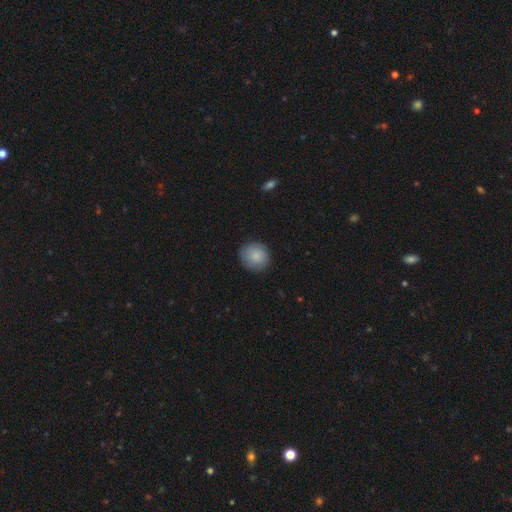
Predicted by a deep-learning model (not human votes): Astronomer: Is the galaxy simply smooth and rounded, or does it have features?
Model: smooth — 82%.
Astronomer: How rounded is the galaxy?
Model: round — 87%.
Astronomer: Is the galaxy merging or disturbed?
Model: none — 85%.